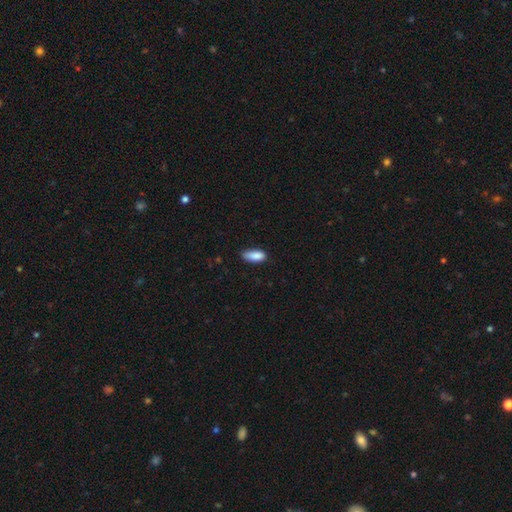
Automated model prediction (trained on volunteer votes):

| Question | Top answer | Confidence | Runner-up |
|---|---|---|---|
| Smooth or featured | smooth | 88% | star or artifact (7%) |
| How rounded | in between | 84% | cigar-shaped (13%) |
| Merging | none | 71% | minor disturbance (24%) |